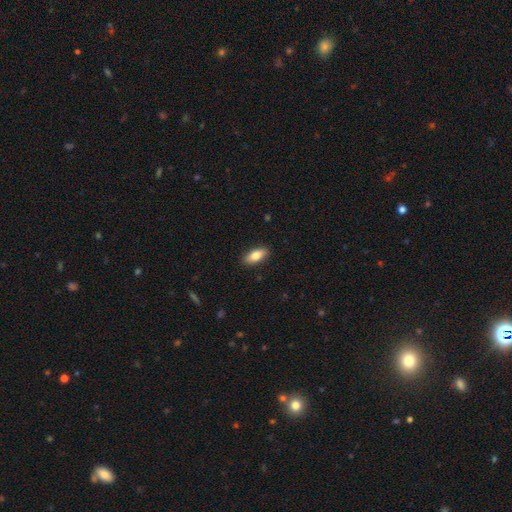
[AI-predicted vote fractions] Smooth or featured? smooth (79%)
How rounded? in between (83%)
Merging? none (90%)